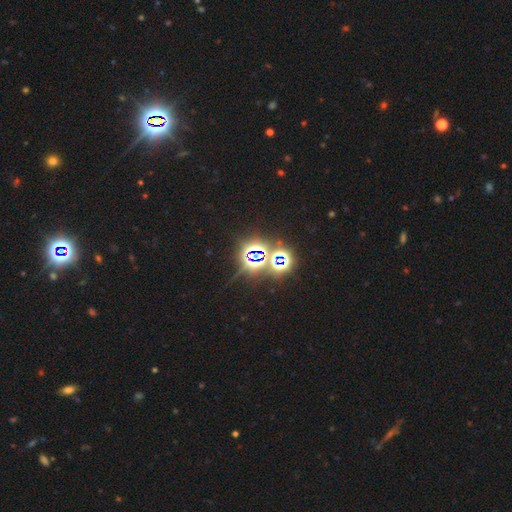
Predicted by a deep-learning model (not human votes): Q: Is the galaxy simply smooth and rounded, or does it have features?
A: star or artifact — 80%.